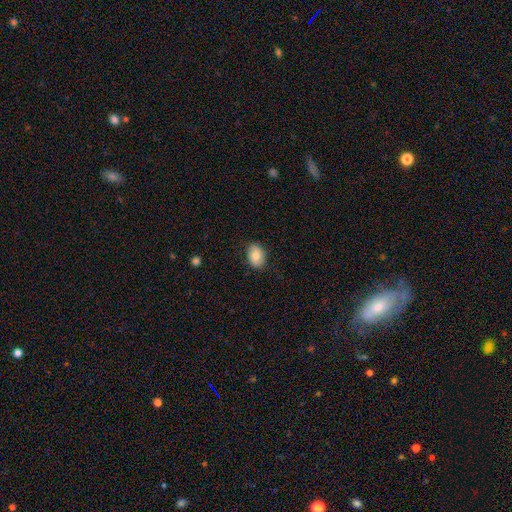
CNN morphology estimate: A smooth galaxy with no disk features (78%) that is in between round and cigar-shaped (78%).

Vote fractions:
- Smooth or featured? smooth: 78% / featured or disk: 14% / star or artifact: 7%
- How rounded? in between: 78% / round: 21% / cigar-shaped: 1%
- Merging? none: 85% / minor disturbance: 12% / major disturbance: 2% / merger: 1%